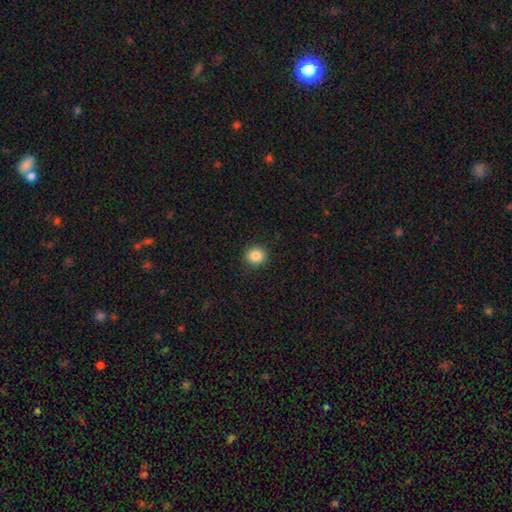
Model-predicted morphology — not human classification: smooth_or_featured: smooth (p=0.86) [alt: star or artifact p=0.10]
how_rounded: round (p=0.91) [alt: in between p=0.08]
merging: none (p=0.91) [alt: minor disturbance p=0.06]